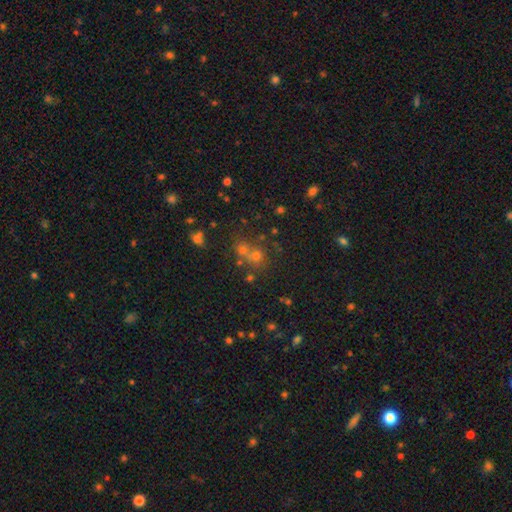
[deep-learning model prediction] Smooth or featured?
  - smooth: 48% *
  - star or artifact: 37%
  - featured or disk: 14%
Merging?
  - none: 50% *
  - merger: 38%
  - minor disturbance: 8%
  - major disturbance: 4%